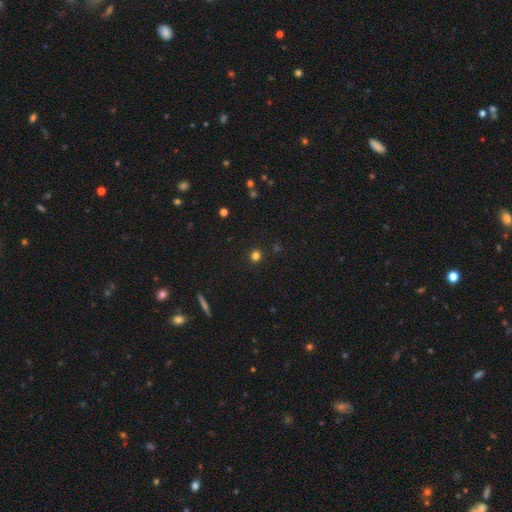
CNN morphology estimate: A smooth galaxy with no disk features (78%) that is round (92%).

Vote fractions:
- Smooth or featured? smooth: 78% / star or artifact: 17% / featured or disk: 5%
- How rounded? round: 92% / in between: 7% / cigar-shaped: 1%
- Merging? none: 91% / minor disturbance: 6% / major disturbance: 2% / merger: 2%